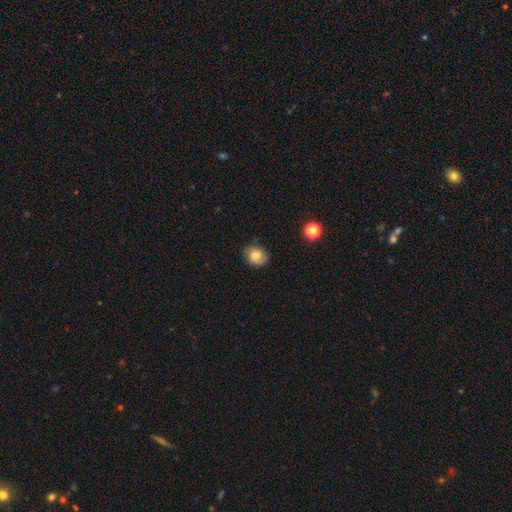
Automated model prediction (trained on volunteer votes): A smooth galaxy with no disk features (66%) that is round (59%).

Vote fractions:
- Smooth or featured? smooth: 66% / featured or disk: 25% / star or artifact: 10%
- How rounded? round: 59% / in between: 40% / cigar-shaped: 1%
- Merging? none: 76% / minor disturbance: 18% / major disturbance: 5% / merger: 1%